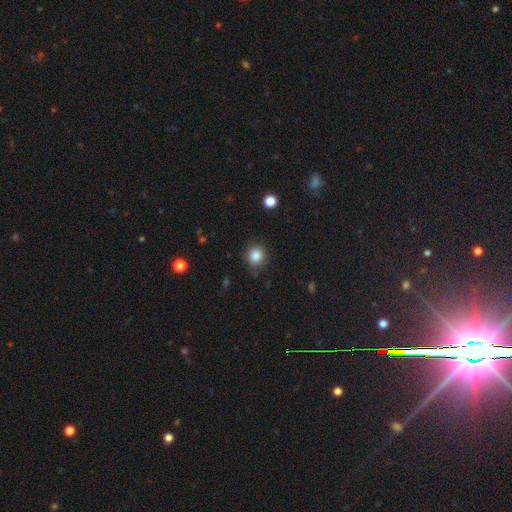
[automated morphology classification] A smooth galaxy with no disk features (86%) that is round (88%).

Vote fractions:
- Smooth or featured? smooth: 86% / star or artifact: 10% / featured or disk: 4%
- How rounded? round: 88% / in between: 11% / cigar-shaped: 1%
- Merging? none: 84% / minor disturbance: 12% / major disturbance: 3% / merger: 1%